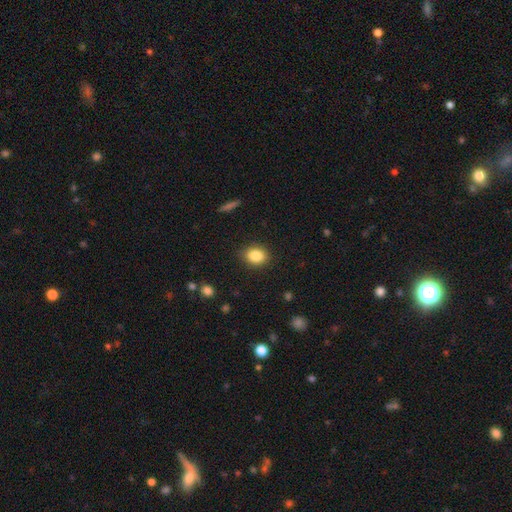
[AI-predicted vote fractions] smooth-or-featured: smooth: 85% | star or artifact: 9% | featured or disk: 6%
  how-rounded: round: 50% | in between: 49% | cigar-shaped: 1%
  merging: none: 85% | minor disturbance: 11% | major disturbance: 3% | merger: 1%